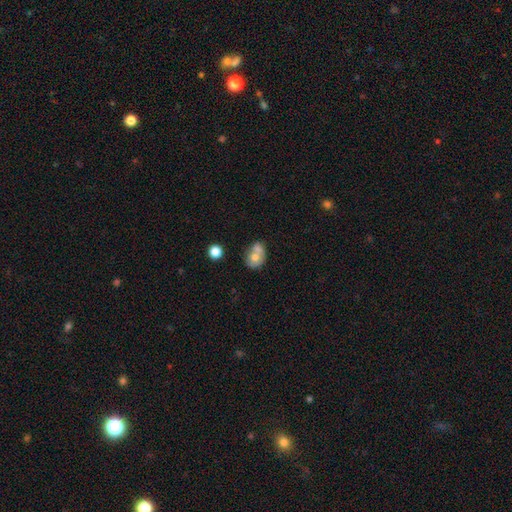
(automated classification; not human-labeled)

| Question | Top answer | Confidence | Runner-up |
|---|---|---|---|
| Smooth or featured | smooth | 63% | featured or disk (29%) |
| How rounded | round | 54% | in between (45%) |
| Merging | merger | 54% | none (28%) |